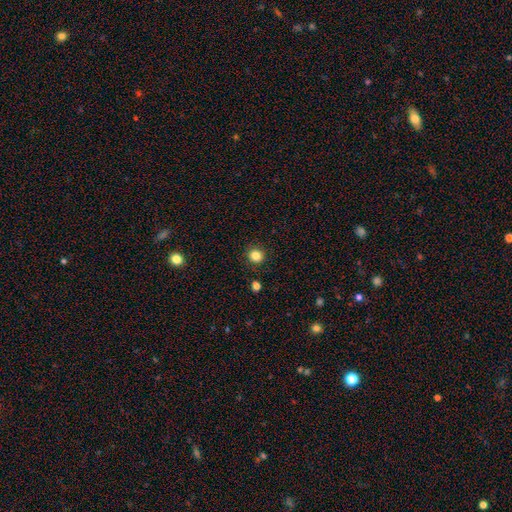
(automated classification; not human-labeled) Morphology: type=smooth (84%); roundness=round (92%); merging=none (90%).